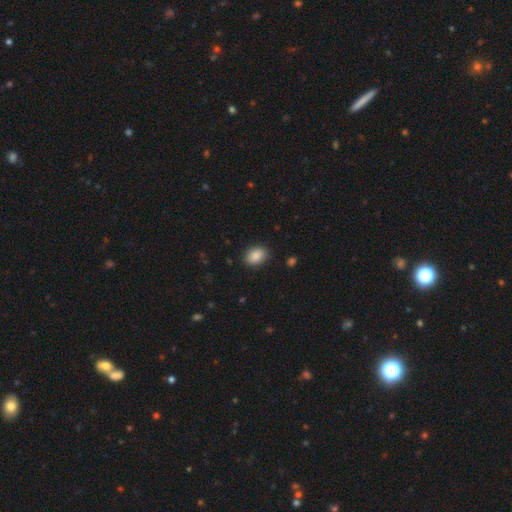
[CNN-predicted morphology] smooth-or-featured: smooth: 88% | star or artifact: 7% | featured or disk: 5%
  how-rounded: in between: 79% | round: 20% | cigar-shaped: 1%
  merging: none: 88% | minor disturbance: 9% | major disturbance: 2% | merger: 1%